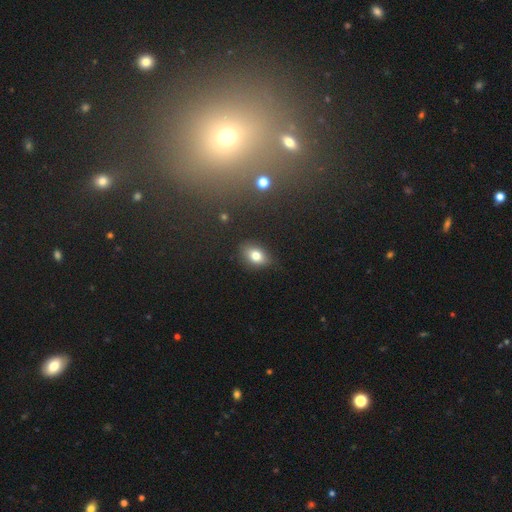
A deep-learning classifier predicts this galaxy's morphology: smooth_or_featured: smooth (p=0.78) [alt: star or artifact p=0.11]
how_rounded: in between (p=0.81) [alt: round p=0.17]
merging: none (p=0.81) [alt: minor disturbance p=0.15]